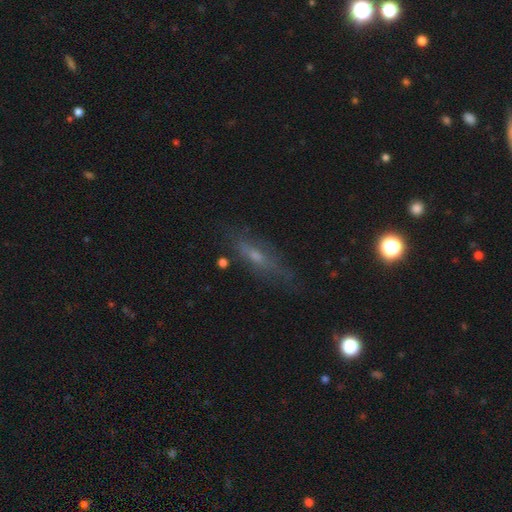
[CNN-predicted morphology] A featured or disk galaxy (47%). Merging: none (69%).